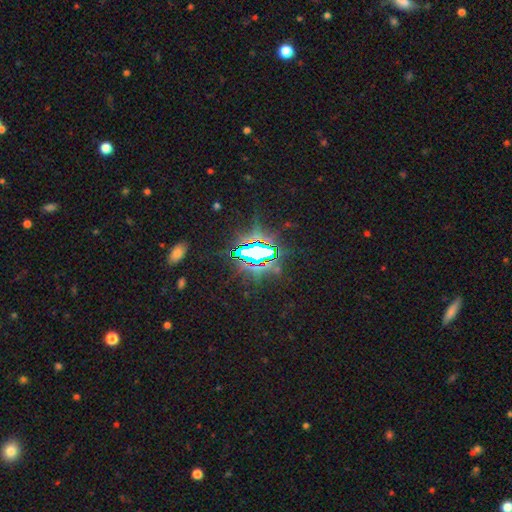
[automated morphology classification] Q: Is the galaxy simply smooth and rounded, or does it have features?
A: star or artifact — 80%.